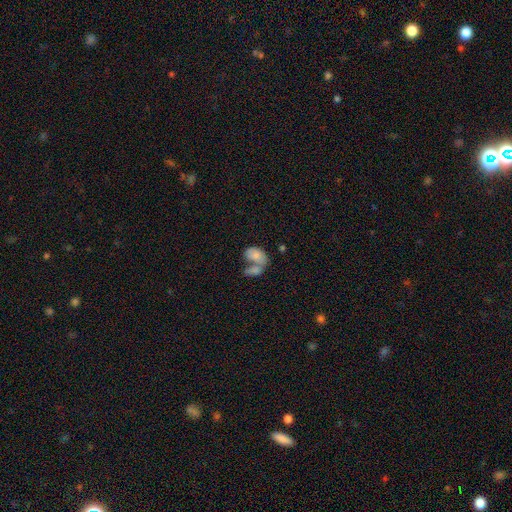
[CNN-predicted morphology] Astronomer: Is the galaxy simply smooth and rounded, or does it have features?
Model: smooth — 74%.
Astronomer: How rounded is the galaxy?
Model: in between — 85%.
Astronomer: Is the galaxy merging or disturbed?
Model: merger — 62%.